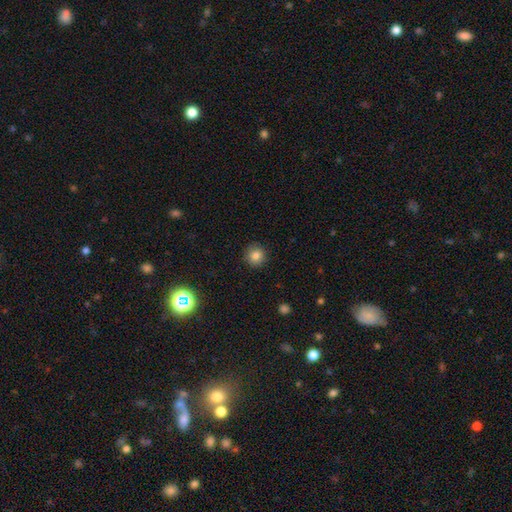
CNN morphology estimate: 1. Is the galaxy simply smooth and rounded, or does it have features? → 83% smooth, 12% star or artifact, 5% featured or disk.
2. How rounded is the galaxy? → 93% round, 6% in between, 1% cigar-shaped.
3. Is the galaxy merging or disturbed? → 90% none, 7% minor disturbance, 2% major disturbance, 1% merger.